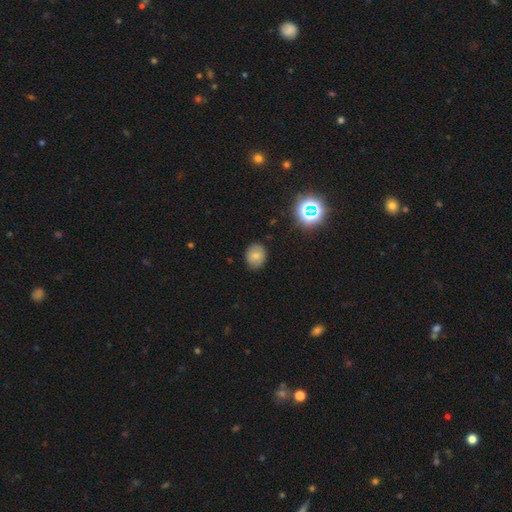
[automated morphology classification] smooth_or_featured: smooth (p=0.75) [alt: star or artifact p=0.14]
how_rounded: round (p=0.65) [alt: in between p=0.35]
merging: none (p=0.86) [alt: minor disturbance p=0.10]